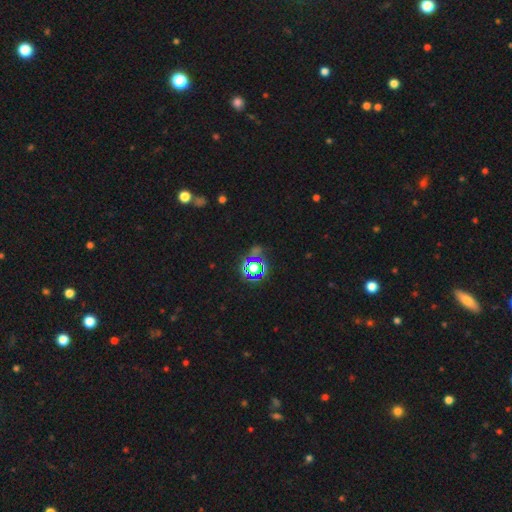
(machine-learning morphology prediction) This appears to be a star or artifact, not a galaxy (73%).